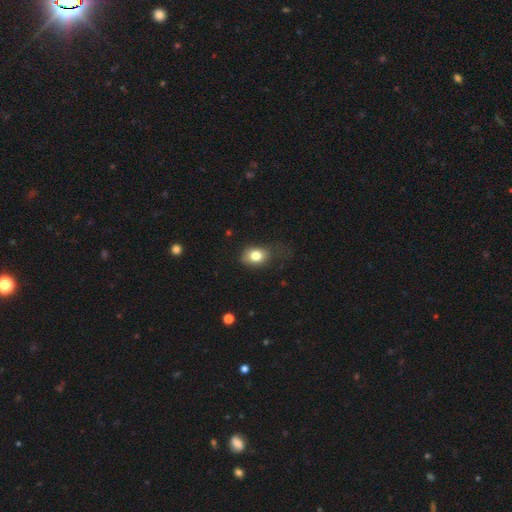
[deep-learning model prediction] Overall: smooth (79%). How rounded: in between (68%; round 30%). Merging: none (55%; minor disturbance 29%).